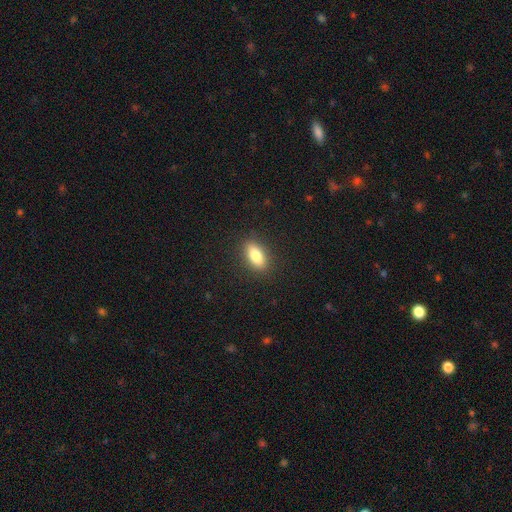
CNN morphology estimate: Smooth or featured? smooth (81%)
How rounded? in between (83%)
Merging? none (88%)